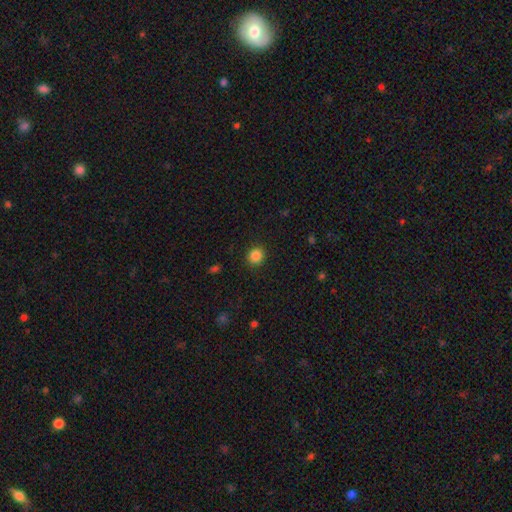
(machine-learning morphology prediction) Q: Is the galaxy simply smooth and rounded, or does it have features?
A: smooth — 86%.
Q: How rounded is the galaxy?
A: round — 84%.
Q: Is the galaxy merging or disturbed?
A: none — 90%.